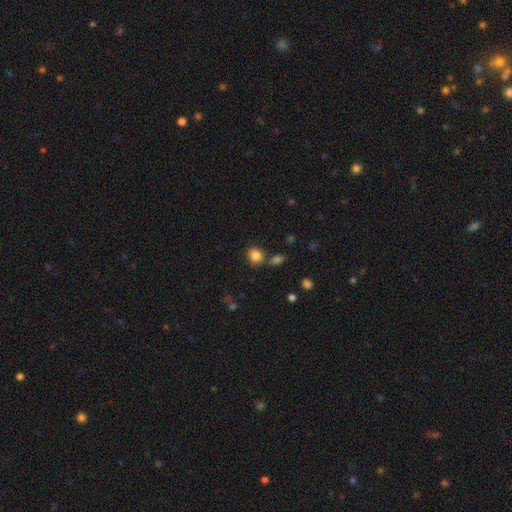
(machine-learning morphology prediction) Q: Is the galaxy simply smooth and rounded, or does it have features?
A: smooth — 84%.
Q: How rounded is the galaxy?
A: round — 73%.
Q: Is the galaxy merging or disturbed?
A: none — 75%.